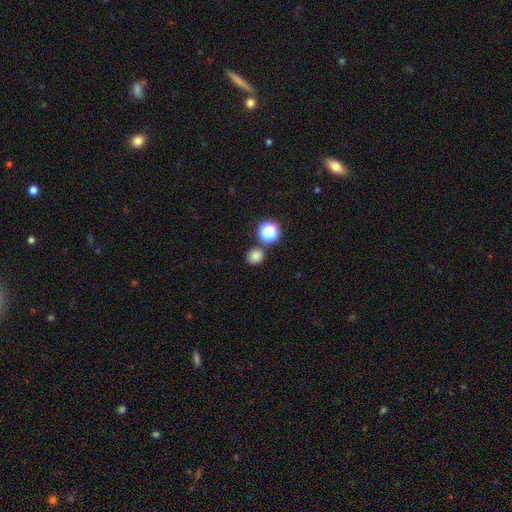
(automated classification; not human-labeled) This is likely a smooth galaxy (78%). How rounded: likely round (79%). Merging: likely none (79%).